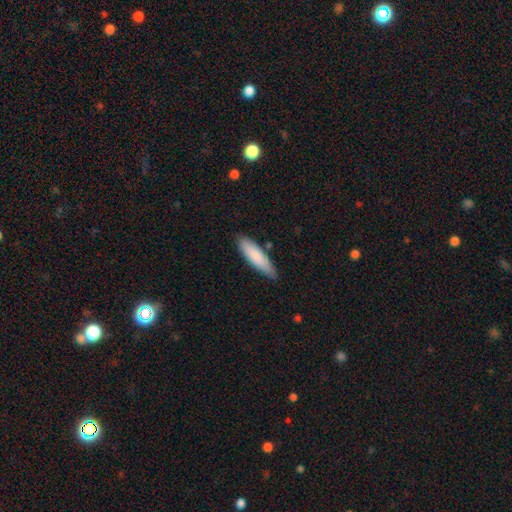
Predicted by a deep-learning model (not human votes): Q: Smooth or featured?
A: smooth (84%); runner-up: featured or disk (11%)
Q: How rounded?
A: cigar-shaped (66%); runner-up: in between (33%)
Q: Merging?
A: none (82%); runner-up: minor disturbance (14%)